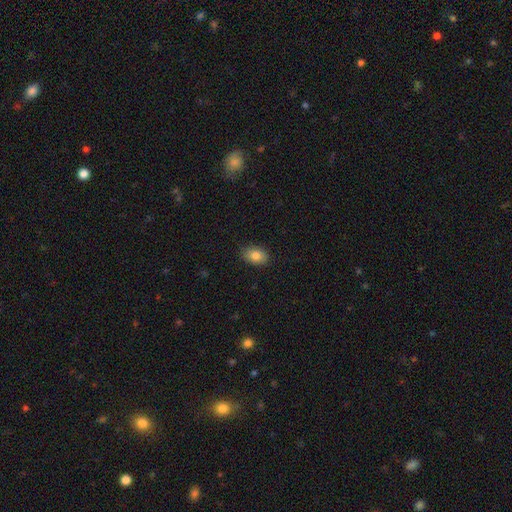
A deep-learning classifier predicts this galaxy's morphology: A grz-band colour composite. It shows a smooth galaxy with no disk features (83%) that is in between round and cigar-shaped (83%). Merging: none (85%).